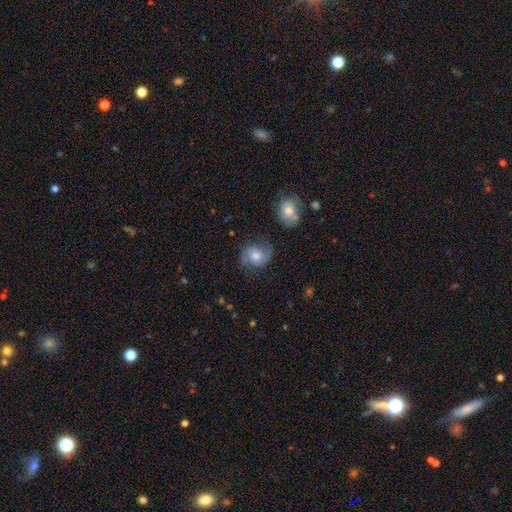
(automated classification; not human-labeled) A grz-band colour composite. It shows a featured or disk galaxy (64%) with no bar (70%), 2 (89%) medium (50%) spiral arms (92%) and a moderate central bulge (65%). Merging: none (75%).